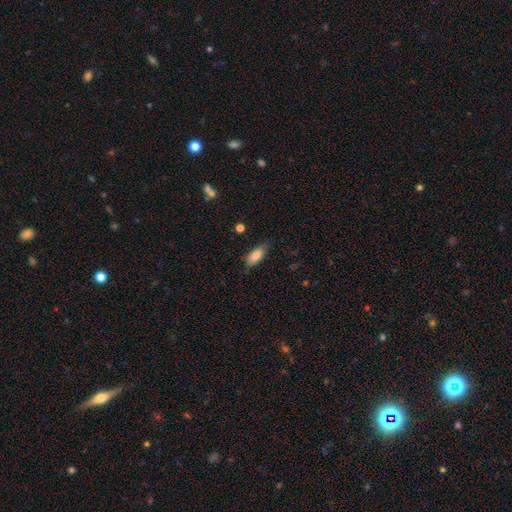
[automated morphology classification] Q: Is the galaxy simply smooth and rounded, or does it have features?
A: smooth — 83%.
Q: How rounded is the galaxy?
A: in between — 83%.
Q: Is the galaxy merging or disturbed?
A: none — 74%.